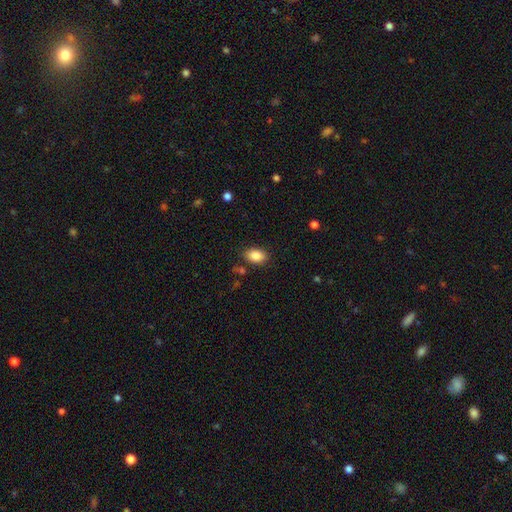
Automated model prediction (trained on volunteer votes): smooth 87%, star or artifact 8%, featured or disk 5%. Down the decision tree: how rounded — in between (85%); merging — none (83%).